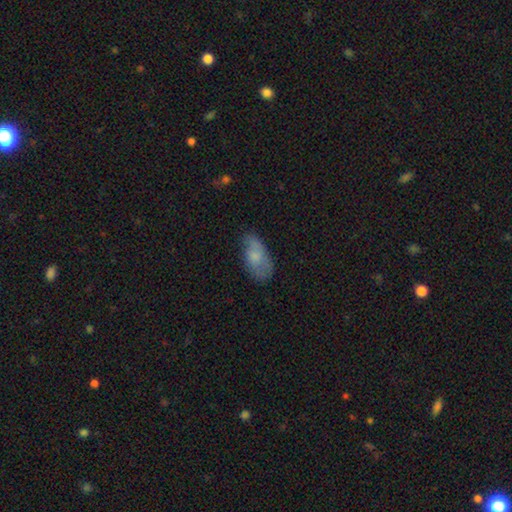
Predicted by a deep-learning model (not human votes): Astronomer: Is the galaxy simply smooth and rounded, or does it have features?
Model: smooth — 66%.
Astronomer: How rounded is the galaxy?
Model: in between — 91%.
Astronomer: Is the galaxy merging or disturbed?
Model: none — 56%.